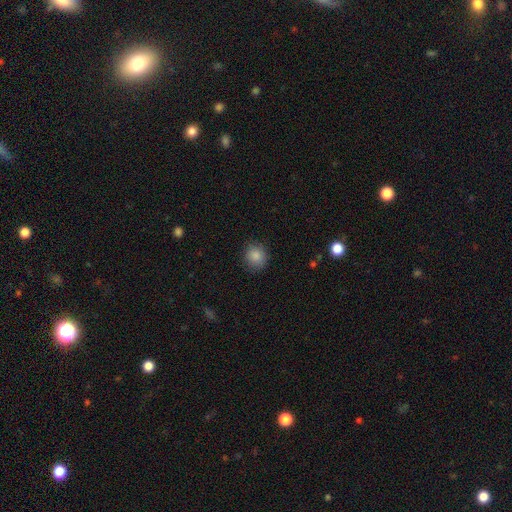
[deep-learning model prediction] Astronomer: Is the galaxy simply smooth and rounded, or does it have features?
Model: smooth — 86%.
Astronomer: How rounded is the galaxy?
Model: round — 85%.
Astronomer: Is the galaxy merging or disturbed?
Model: none — 85%.